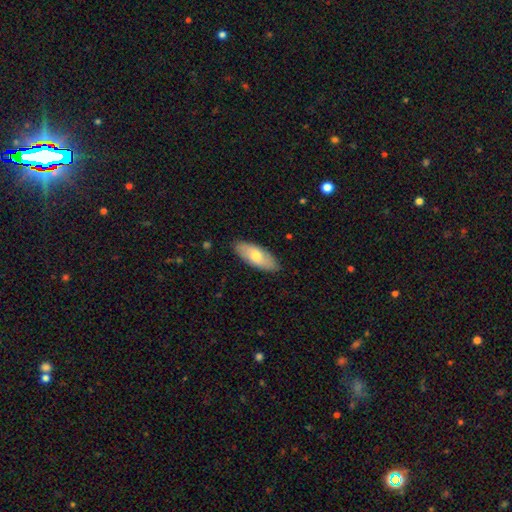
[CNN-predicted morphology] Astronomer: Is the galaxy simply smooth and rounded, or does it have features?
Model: smooth — 69%.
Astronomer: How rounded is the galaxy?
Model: in between — 82%.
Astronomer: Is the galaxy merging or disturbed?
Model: none — 87%.